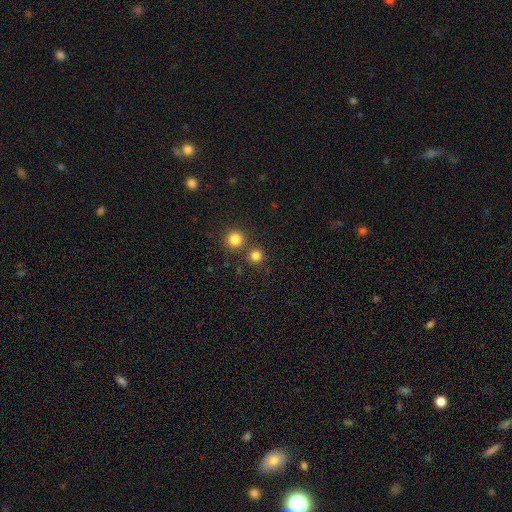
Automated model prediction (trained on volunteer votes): Q: Smooth or featured?
A: smooth (82%); runner-up: star or artifact (14%)
Q: How rounded?
A: round (92%); runner-up: in between (7%)
Q: Merging?
A: none (74%); runner-up: merger (17%)